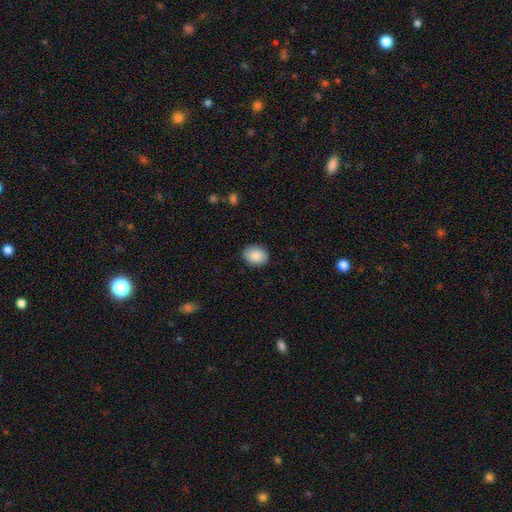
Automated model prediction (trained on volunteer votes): Smooth or featured? Predicted: smooth (p=0.88). How rounded? Predicted: round (p=0.50). Merging? Predicted: none (p=0.88).